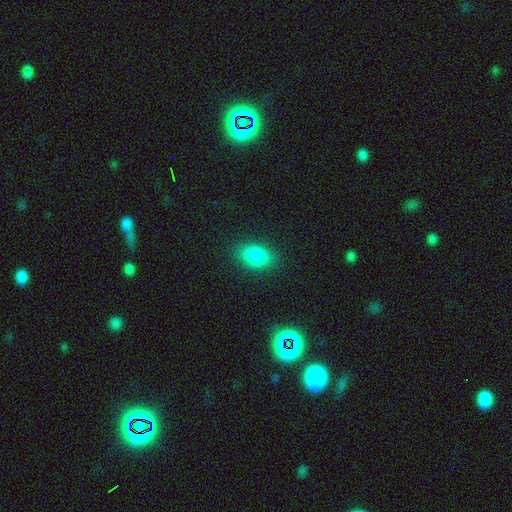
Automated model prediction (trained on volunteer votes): Q: Smooth or featured?
A: smooth (86%); runner-up: star or artifact (9%)
Q: How rounded?
A: in between (82%); runner-up: round (16%)
Q: Merging?
A: none (85%); runner-up: minor disturbance (11%)